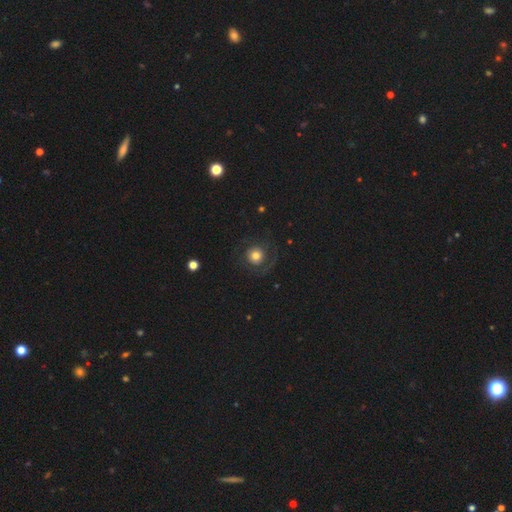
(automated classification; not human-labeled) Q: Smooth or featured?
A: smooth (56%); runner-up: featured or disk (34%)
Q: How rounded?
A: round (93%); runner-up: in between (6%)
Q: Merging?
A: none (73%); runner-up: major disturbance (14%)